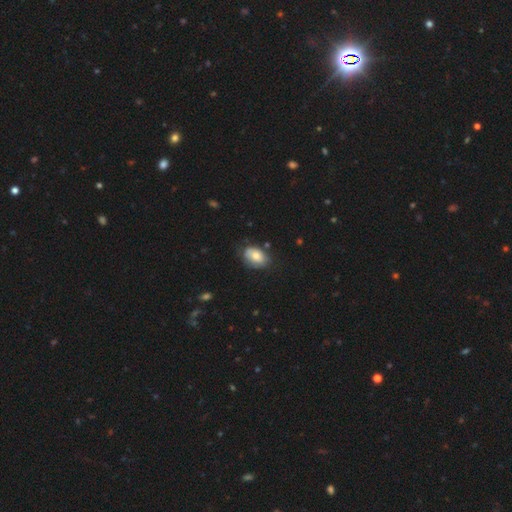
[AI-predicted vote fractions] Smooth or featured?
  - smooth: 73% *
  - featured or disk: 20%
  - star or artifact: 7%
How rounded?
  - in between: 83% *
  - round: 16%
  - cigar-shaped: 1%
Merging?
  - none: 67% *
  - minor disturbance: 25%
  - major disturbance: 6%
  - merger: 2%